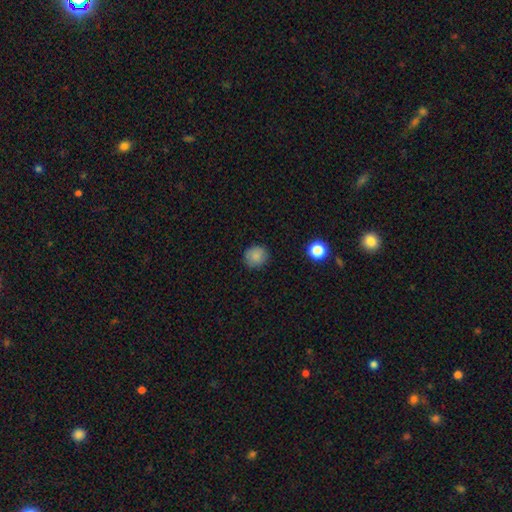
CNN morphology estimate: smooth-or-featured: smooth: 85% | star or artifact: 10% | featured or disk: 5%
  how-rounded: round: 88% | in between: 11% | cigar-shaped: 1%
  merging: none: 86% | minor disturbance: 10% | major disturbance: 3% | merger: 1%